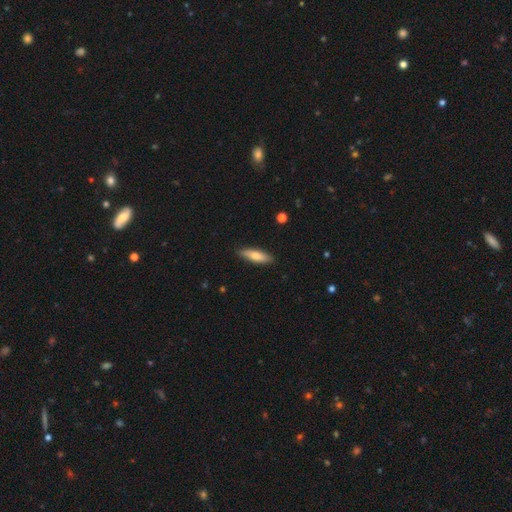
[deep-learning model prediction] Q: Smooth or featured?
A: smooth (70%); runner-up: featured or disk (24%)
Q: How rounded?
A: cigar-shaped (61%); runner-up: in between (37%)
Q: Merging?
A: none (88%); runner-up: minor disturbance (9%)